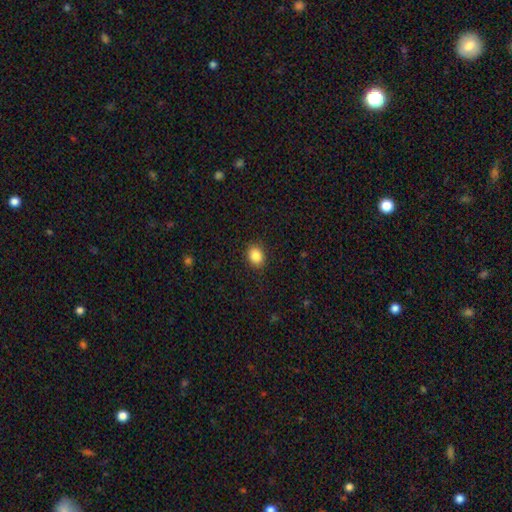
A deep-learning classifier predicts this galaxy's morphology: Smooth or featured?
  - smooth: 86% *
  - star or artifact: 10%
  - featured or disk: 5%
How rounded?
  - in between: 50% *
  - round: 49%
  - cigar-shaped: 1%
Merging?
  - none: 89% *
  - minor disturbance: 8%
  - major disturbance: 2%
  - merger: 1%